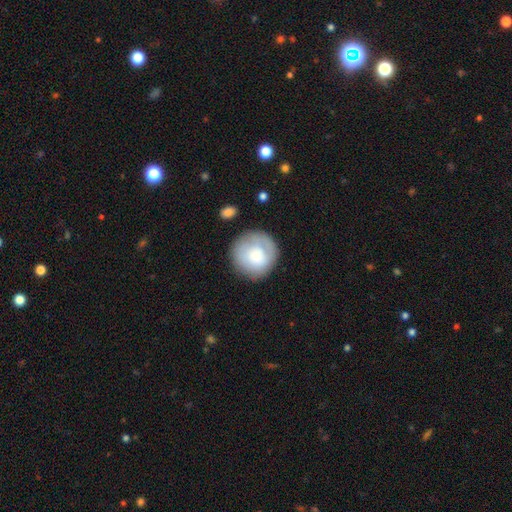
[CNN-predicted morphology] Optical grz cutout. It shows a smooth galaxy with no disk features (72%) that is round (93%). Merging: none (75%).